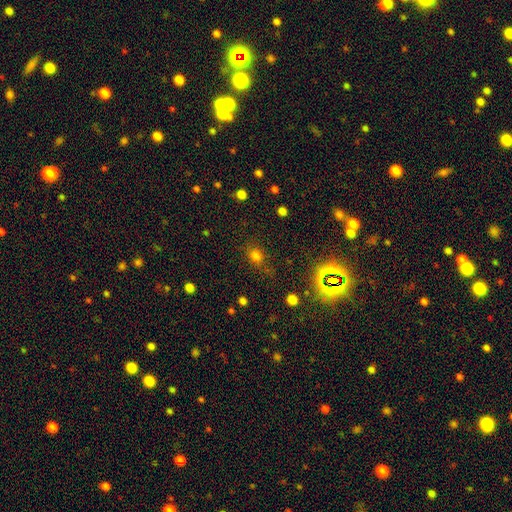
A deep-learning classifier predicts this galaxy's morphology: smooth 71%, star or artifact 22%, featured or disk 7%. Down the decision tree: how rounded — round (60%); merging — none (70%).